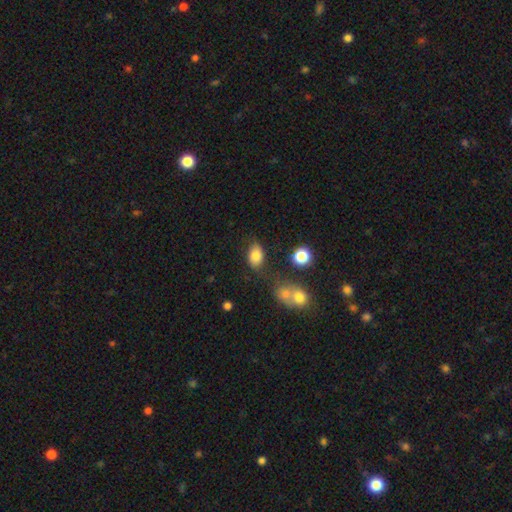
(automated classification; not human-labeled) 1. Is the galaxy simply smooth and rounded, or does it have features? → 82% smooth, 9% star or artifact, 8% featured or disk.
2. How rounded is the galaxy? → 83% in between, 15% round, 2% cigar-shaped.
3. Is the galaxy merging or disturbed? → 68% none, 19% minor disturbance, 7% merger, 6% major disturbance.